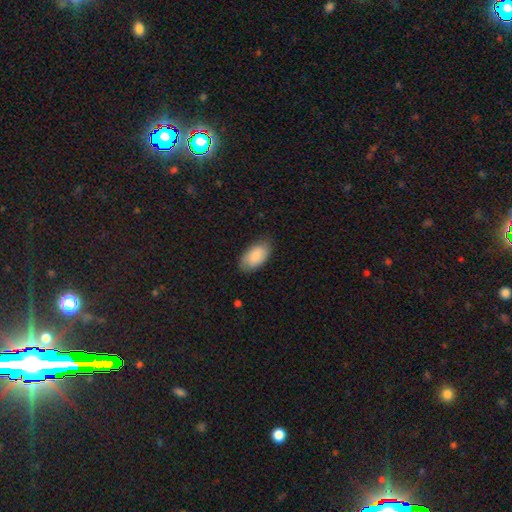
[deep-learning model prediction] A smooth galaxy with no disk features (85%) that is in between round and cigar-shaped (95%). Merging: none (81%).